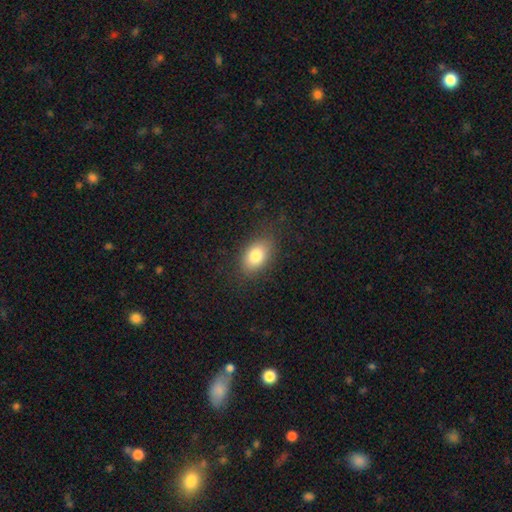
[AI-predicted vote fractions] smooth_or_featured: smooth (p=0.81) [alt: featured or disk p=0.11]
how_rounded: in between (p=0.84) [alt: round p=0.14]
merging: none (p=0.82) [alt: minor disturbance p=0.13]